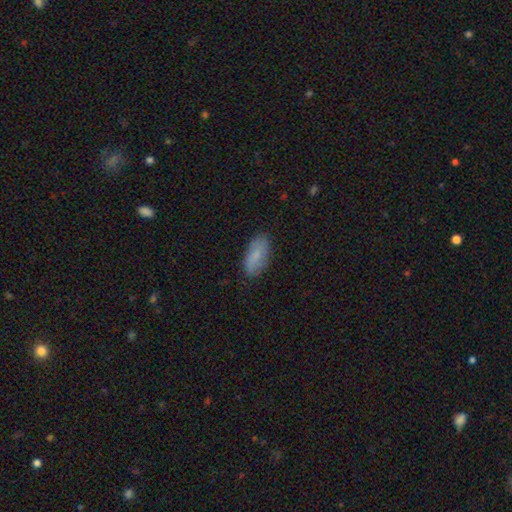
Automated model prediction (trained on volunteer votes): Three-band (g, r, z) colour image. It shows a smooth galaxy with no disk features (75%) that is in between round and cigar-shaped (89%). Merging: none (81%).